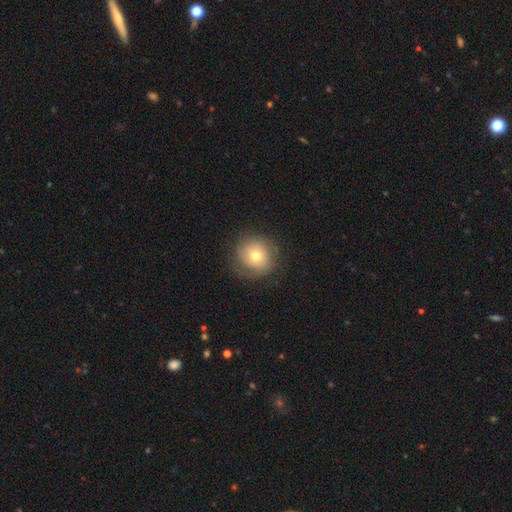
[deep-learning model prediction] The model was most divided on "smooth or featured": smooth: 63%, featured or disk: 27%, star or artifact: 10%. More confident: how rounded — round (91%); merging — none (77%).